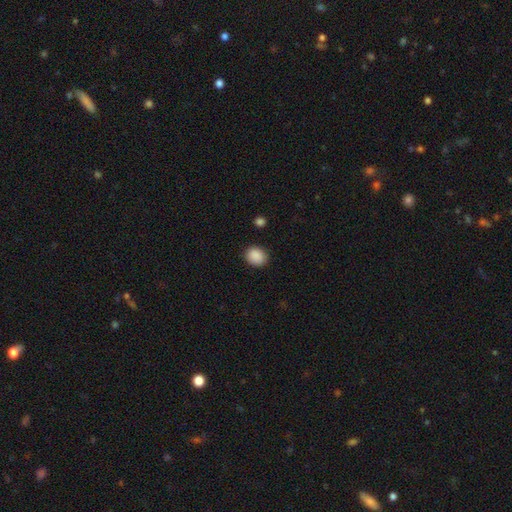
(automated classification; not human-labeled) Smooth or featured? smooth (89%)
How rounded? round (64%)
Merging? none (87%)